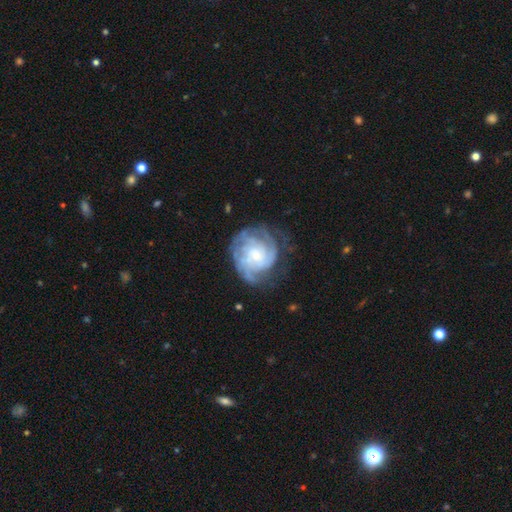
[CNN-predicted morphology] smooth-or-featured: featured or disk: 80% | smooth: 14% | star or artifact: 6%
  disk-edge-on: no: 98% | yes: 2%
    bar: no: 73% | weak: 23% | strong: 4%
    has-spiral-arms: yes: 92% | no: 8%
      spiral-winding: tight: 62% | medium: 28% | loose: 9%
      spiral-arm-count: can't tell: 41% | 3: 18% | 2: 17% | 4: 11% | 1: 6% | more than 4: 6%
    bulge-size: small: 55% | moderate: 30% | none: 8% | large: 6% | dominant: 1%
  merging: none: 61% | minor disturbance: 22% | major disturbance: 15% | merger: 2%